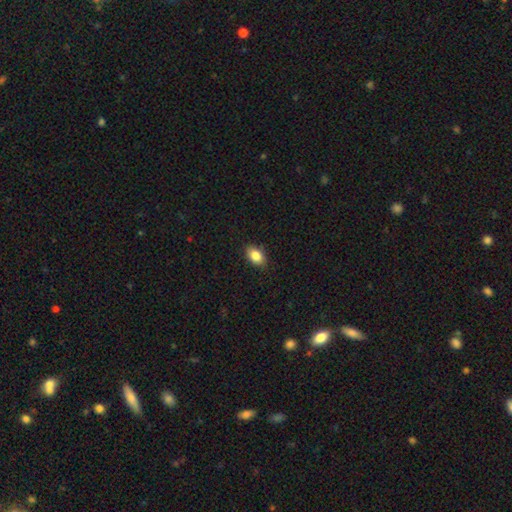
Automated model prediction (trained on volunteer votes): A smooth galaxy with no disk features (85%) that is in between round and cigar-shaped (85%). Merging: none (88%).